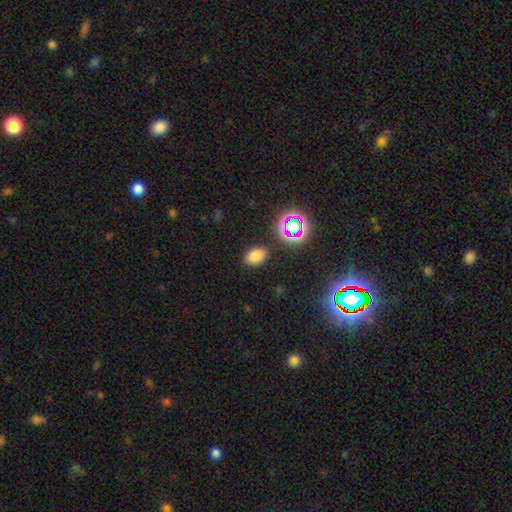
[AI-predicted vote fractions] smooth-or-featured: smooth: 75% | star or artifact: 18% | featured or disk: 6%
  how-rounded: in between: 82% | round: 16% | cigar-shaped: 1%
  merging: none: 85% | minor disturbance: 10% | major disturbance: 3% | merger: 2%